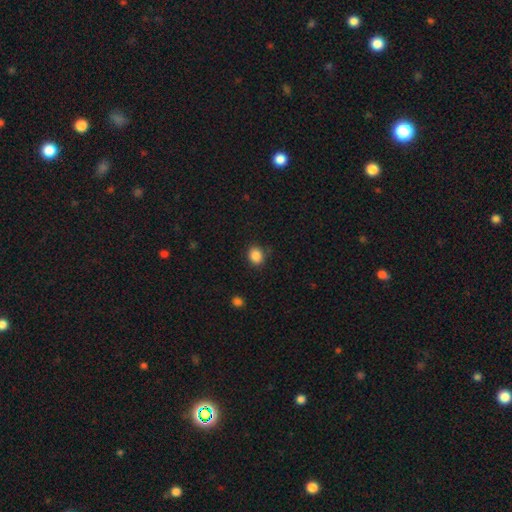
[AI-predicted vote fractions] A smooth galaxy with no disk features (86%) that is round (63%). Merging: none (85%).